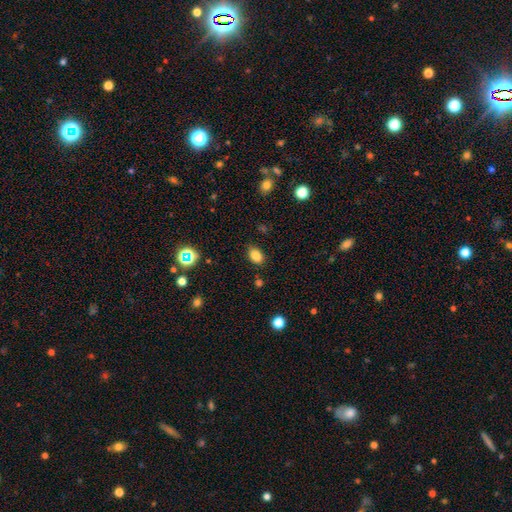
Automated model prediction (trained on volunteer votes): Smooth or featured: smooth — 83% (star or artifact — 12%)
How rounded: in between — 81% (round — 17%)
Merging: none — 81% (minor disturbance — 14%)